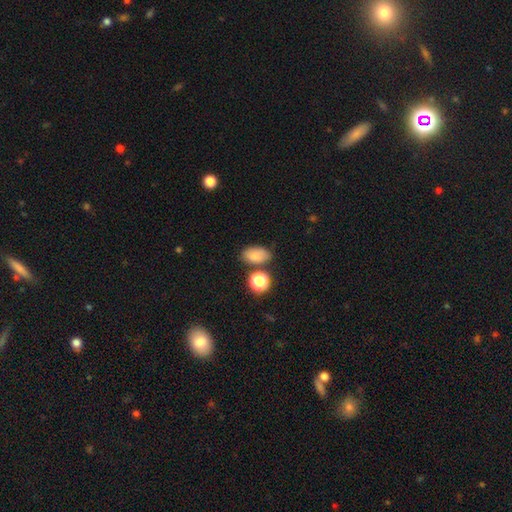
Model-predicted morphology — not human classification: A smooth galaxy with no disk features (81%) that is in between round and cigar-shaped (88%).

Vote fractions:
- Smooth or featured? smooth: 81% / star or artifact: 11% / featured or disk: 8%
- How rounded? in between: 88% / round: 11% / cigar-shaped: 2%
- Merging? none: 70% / minor disturbance: 15% / merger: 10% / major disturbance: 4%